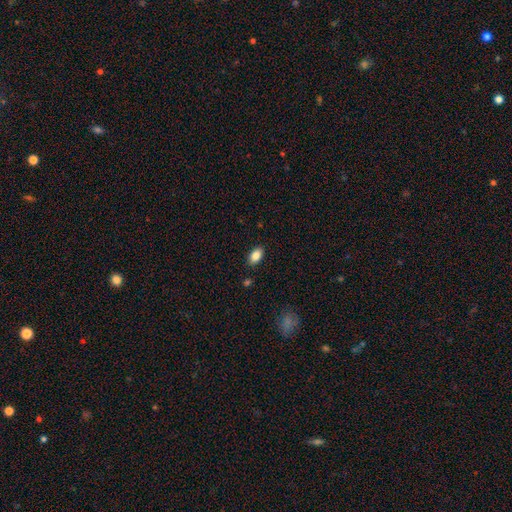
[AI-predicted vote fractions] smooth 86%, star or artifact 8%, featured or disk 6%. Down the decision tree: how rounded — in between (91%); merging — none (88%).